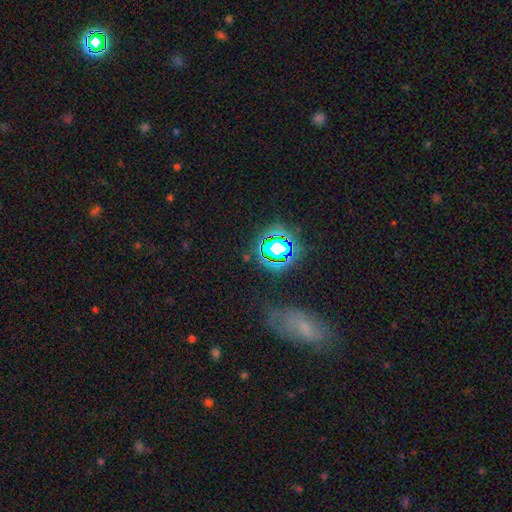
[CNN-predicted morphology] star or artifact 62%, smooth 25%, featured or disk 13%.